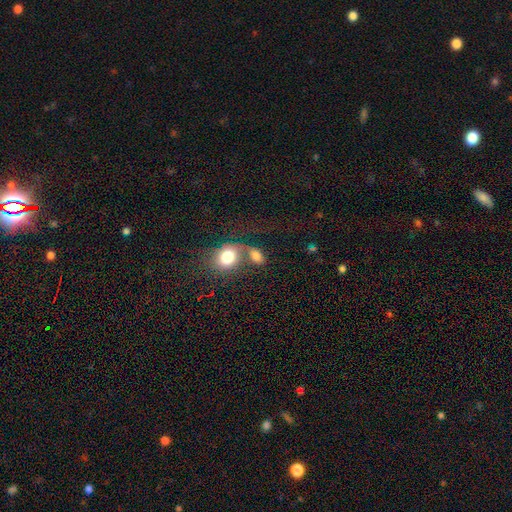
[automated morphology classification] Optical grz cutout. It shows a smooth galaxy with no disk features (75%) that is in between round and cigar-shaped (72%). Merging: merger (59%).